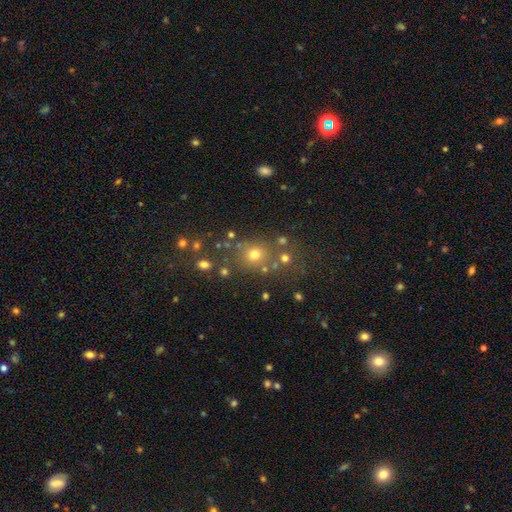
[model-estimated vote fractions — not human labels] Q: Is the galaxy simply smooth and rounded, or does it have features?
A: smooth — 54%.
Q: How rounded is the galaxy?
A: round — 77%.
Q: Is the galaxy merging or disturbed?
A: none — 68%.